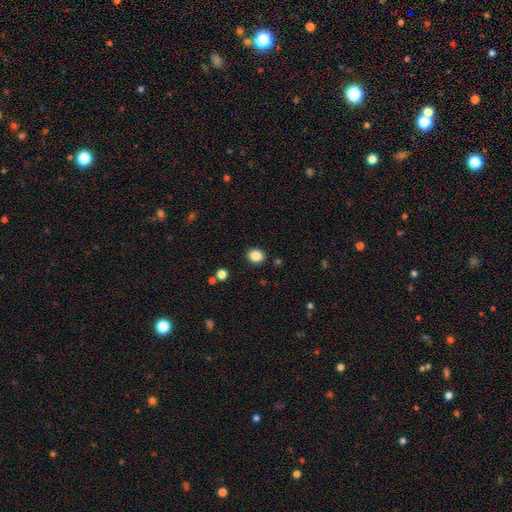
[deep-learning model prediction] This is clearly a smooth galaxy (86%). How rounded: possibly round (58%). Merging: clearly none (89%).